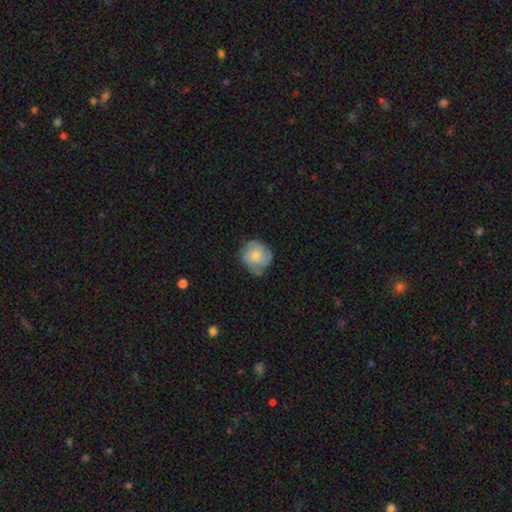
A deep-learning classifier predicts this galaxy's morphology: type=smooth (62%); roundness=round (81%); merging=none (59%).